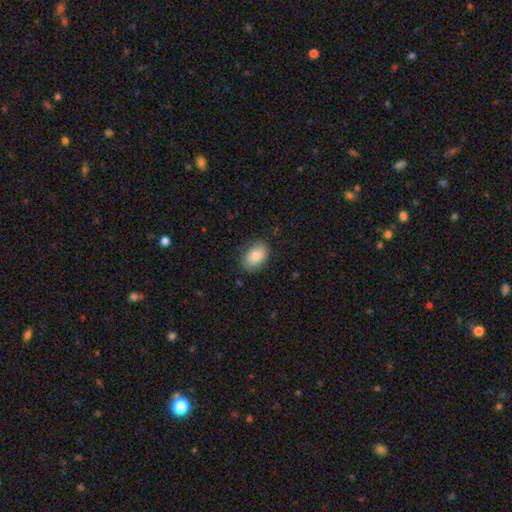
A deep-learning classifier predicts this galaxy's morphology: Smooth or featured?
  - smooth: 85% *
  - featured or disk: 9%
  - star or artifact: 6%
How rounded?
  - in between: 88% *
  - round: 11%
  - cigar-shaped: 1%
Merging?
  - none: 81% *
  - minor disturbance: 14%
  - major disturbance: 3%
  - merger: 1%